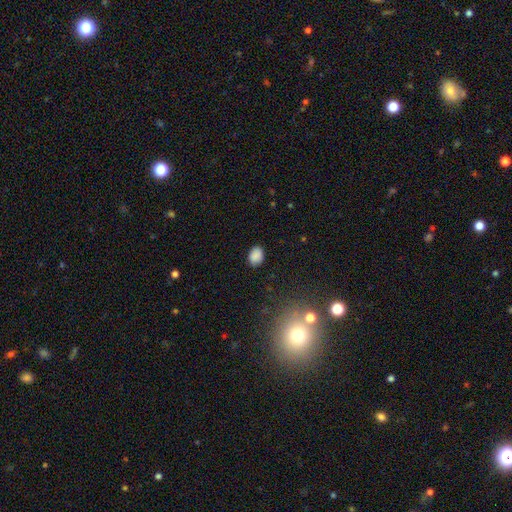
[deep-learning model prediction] Smooth or featured? smooth (86%)
How rounded? in between (71%)
Merging? none (85%)